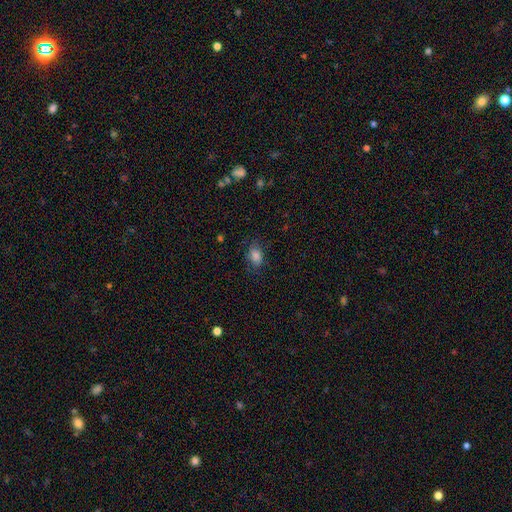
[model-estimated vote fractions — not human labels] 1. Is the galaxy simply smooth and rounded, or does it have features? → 79% smooth, 12% star or artifact, 9% featured or disk.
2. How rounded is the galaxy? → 77% in between, 21% round, 2% cigar-shaped.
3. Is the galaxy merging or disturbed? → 72% none, 20% minor disturbance, 7% major disturbance, 1% merger.